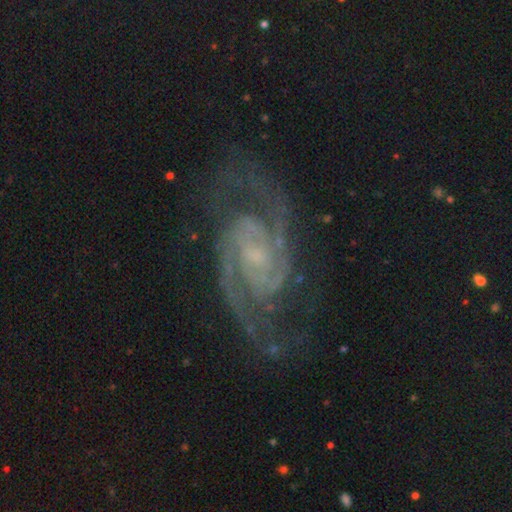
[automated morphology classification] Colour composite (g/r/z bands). It shows a featured or disk galaxy (92%) with a weak bar (48%), 2 (90%) medium (55%) spiral arms (99%) and a small central bulge (59%). Merging: none (77%).